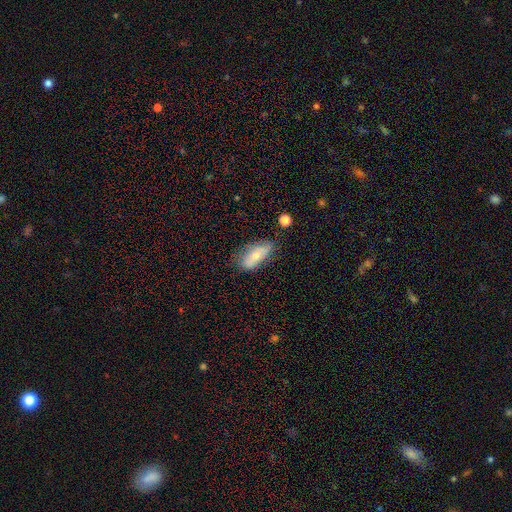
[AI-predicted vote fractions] Smooth or featured: smooth — 61% (featured or disk — 32%)
How rounded: in between — 81% (cigar-shaped — 16%)
Merging: none — 58% (minor disturbance — 30%)